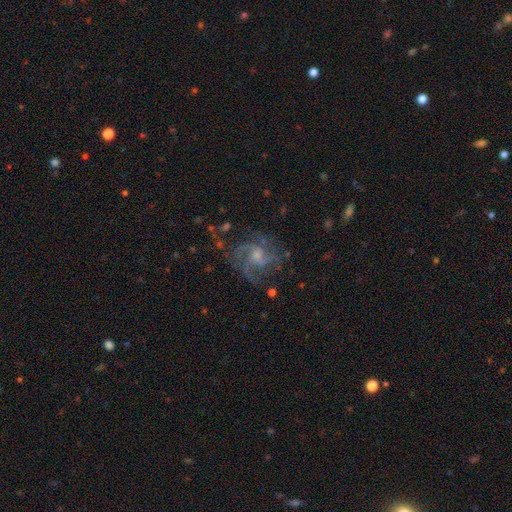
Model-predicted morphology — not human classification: Overall: featured or disk (81%). Edge-on disk: no (98%). Bar: no (61%; weak 34%). Spiral arms: yes (94%). Spiral arm count: 3 (33%; 4 22%). Spiral winding: medium (52%; tight 26%). Bulge size: small (48%; moderate 35%). Merging: none (65%).